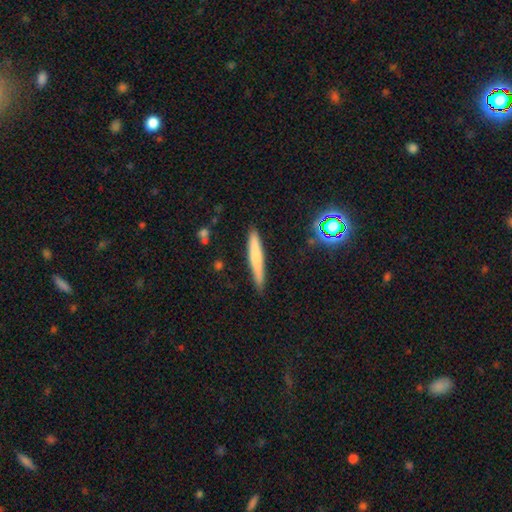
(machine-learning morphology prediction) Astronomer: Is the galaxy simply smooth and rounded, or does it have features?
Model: smooth — 63%.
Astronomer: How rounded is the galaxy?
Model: cigar-shaped — 94%.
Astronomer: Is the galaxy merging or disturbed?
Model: none — 84%.